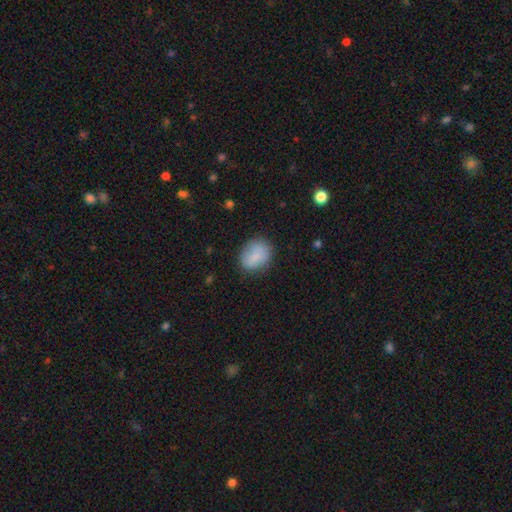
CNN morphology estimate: smooth 81%, featured or disk 11%, star or artifact 8%. Down the decision tree: how rounded — in between (52%); merging — none (73%).